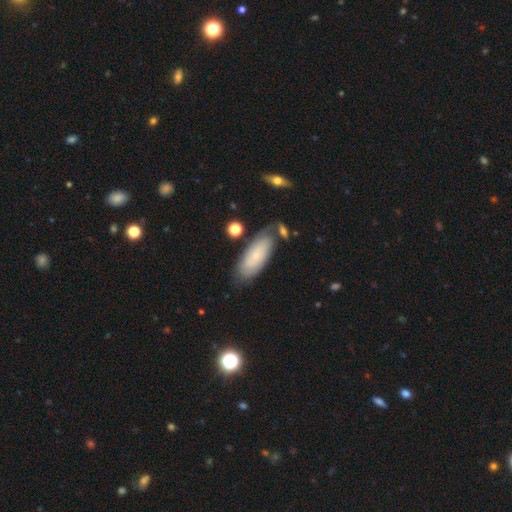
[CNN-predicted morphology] Smooth or featured? smooth (57%)
How rounded? in between (79%)
Merging? none (65%)